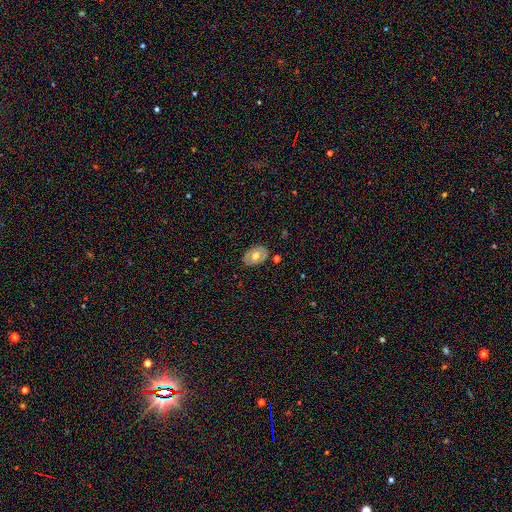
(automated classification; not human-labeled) Morphology: type=smooth (54%); roundness=in between (82%); merging=none (81%).